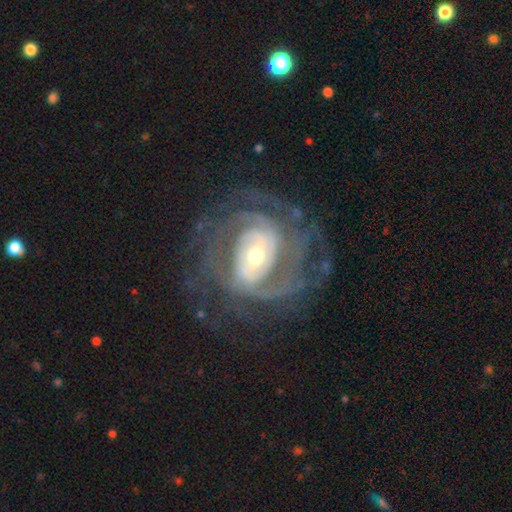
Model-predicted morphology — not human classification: Overall: featured or disk (90%). Edge-on disk: no (97%). Bar: weak (40%; no 36%). Spiral arms: yes (96%). Spiral arm count: 2 (29%; can't tell 28%). Spiral winding: tight (60%; medium 31%). Bulge size: moderate (53%; small 38%). Merging: none (67%).